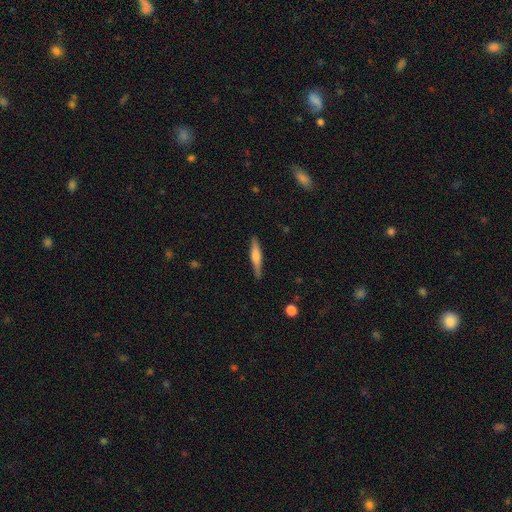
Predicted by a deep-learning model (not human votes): smooth_or_featured: featured or disk (p=0.50) [alt: smooth p=0.44]
merging: none (p=0.88) [alt: minor disturbance p=0.09]